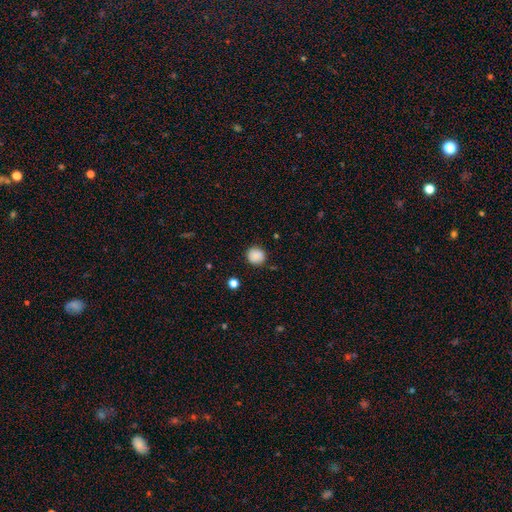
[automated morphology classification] type=smooth (87%); roundness=round (91%); merging=none (86%).